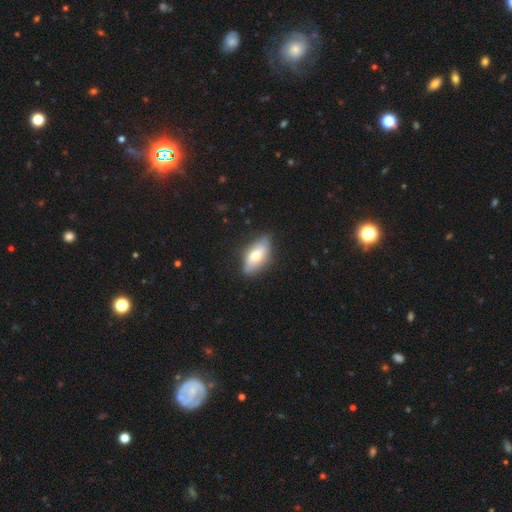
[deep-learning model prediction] Q: Smooth or featured?
A: smooth (59%); runner-up: featured or disk (35%)
Q: How rounded?
A: in between (86%); runner-up: cigar-shaped (11%)
Q: Merging?
A: none (77%); runner-up: minor disturbance (18%)